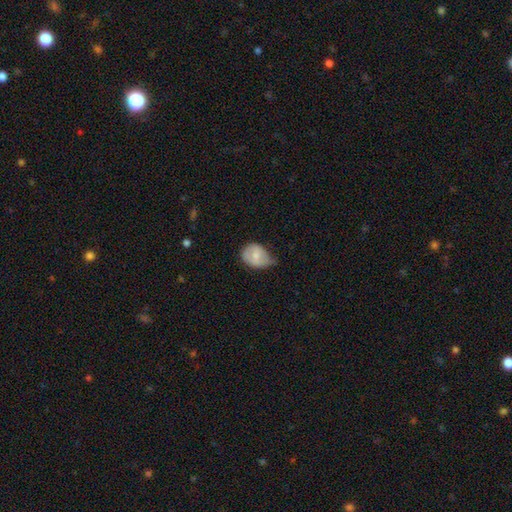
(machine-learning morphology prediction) The model was most divided on "how rounded": in between: 58%, round: 41%, cigar-shaped: 1%. Remaining: smooth or featured — smooth (64%); merging — minor disturbance (50%).